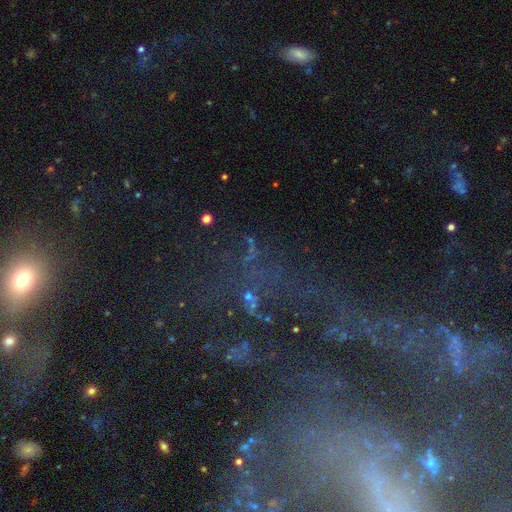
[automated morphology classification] Overall: star or artifact (66%).